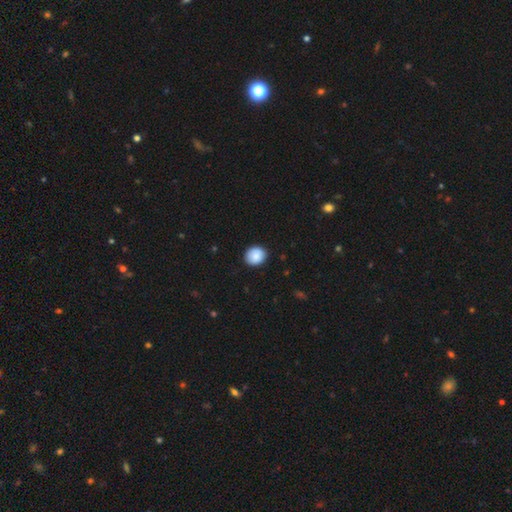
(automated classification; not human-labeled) This appears to be a smooth galaxy with no disk features (88%) that is round (75%). Merging: none (88%).